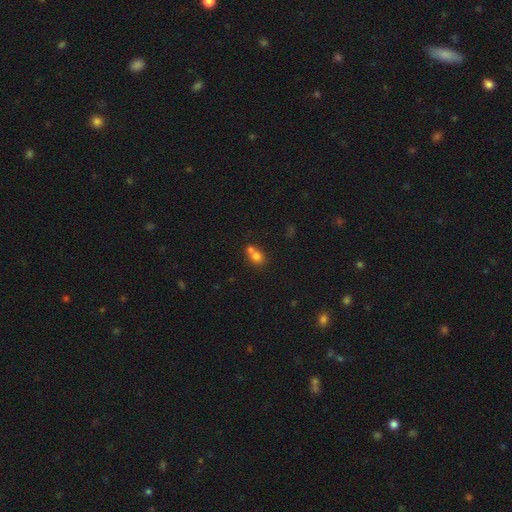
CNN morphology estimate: This appears to be a smooth galaxy with no disk features (74%) that is round (71%). Merging: merger (57%).